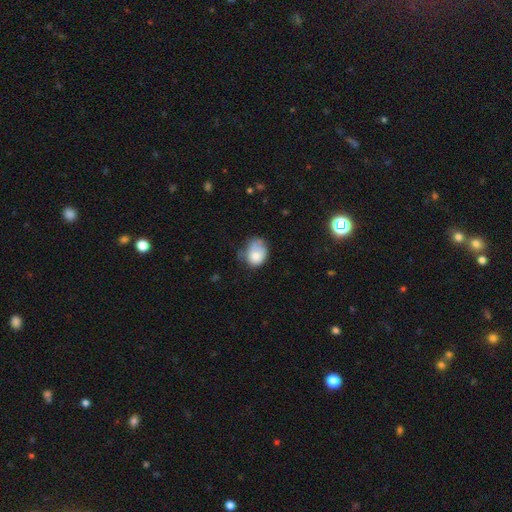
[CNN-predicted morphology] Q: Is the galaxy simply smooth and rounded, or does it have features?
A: smooth — 74%.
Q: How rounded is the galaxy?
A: in between — 59%.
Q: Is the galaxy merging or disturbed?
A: minor disturbance — 39%.